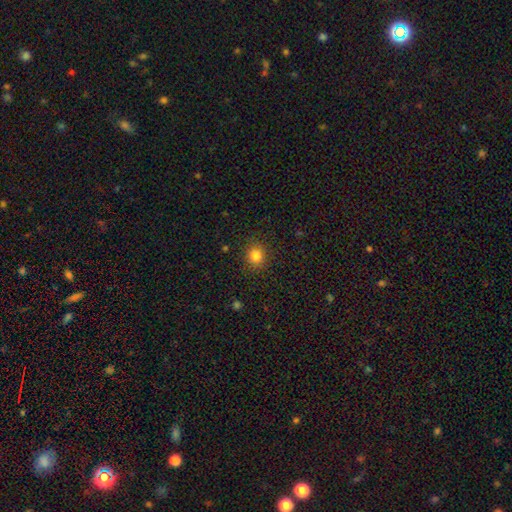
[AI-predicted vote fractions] Overall: smooth (82%). How rounded: round (84%). Merging: none (89%).